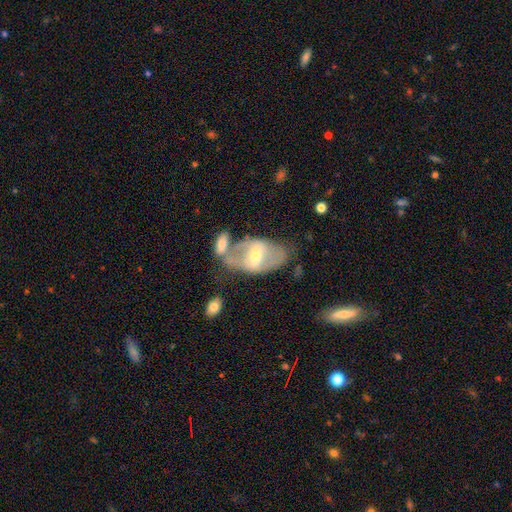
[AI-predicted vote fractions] A featured or disk galaxy (68%) with a strong bar (43%), spiral arms (51%) and a moderate central bulge (57%). Merging: none (35%).